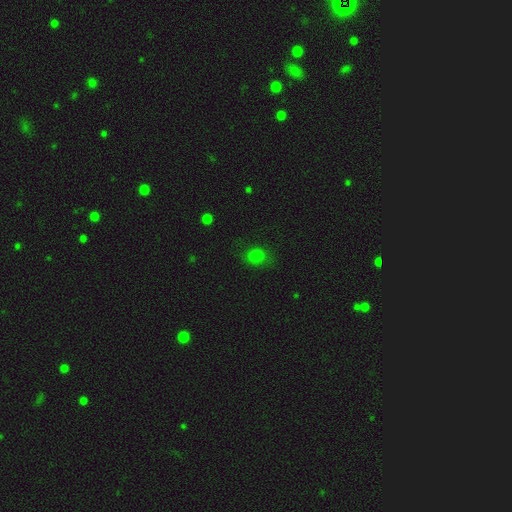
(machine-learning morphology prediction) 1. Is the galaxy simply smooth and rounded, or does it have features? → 79% smooth, 16% star or artifact, 5% featured or disk.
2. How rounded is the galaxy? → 59% round, 40% in between, 1% cigar-shaped.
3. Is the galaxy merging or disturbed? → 77% none, 17% minor disturbance, 5% major disturbance, 2% merger.